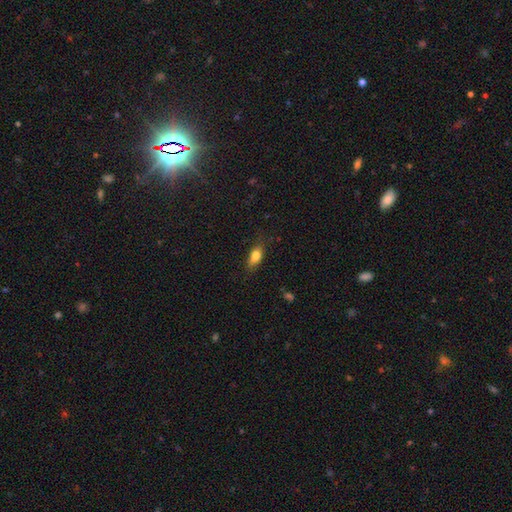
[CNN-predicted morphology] smooth-or-featured: smooth: 76% | featured or disk: 15% | star or artifact: 8%
  how-rounded: in between: 77% | cigar-shaped: 16% | round: 6%
  merging: none: 74% | minor disturbance: 20% | major disturbance: 5% | merger: 2%